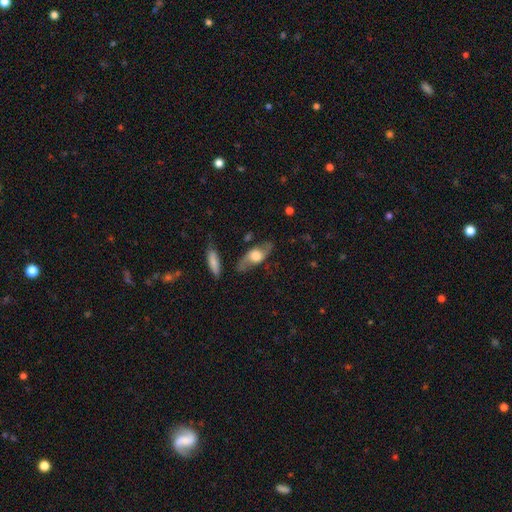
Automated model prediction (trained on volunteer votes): smooth_or_featured: featured or disk (p=0.66) [alt: smooth p=0.28]
disk_edge_on: no (p=0.67) [alt: yes p=0.33]
merging: none (p=0.72) [alt: minor disturbance p=0.18]